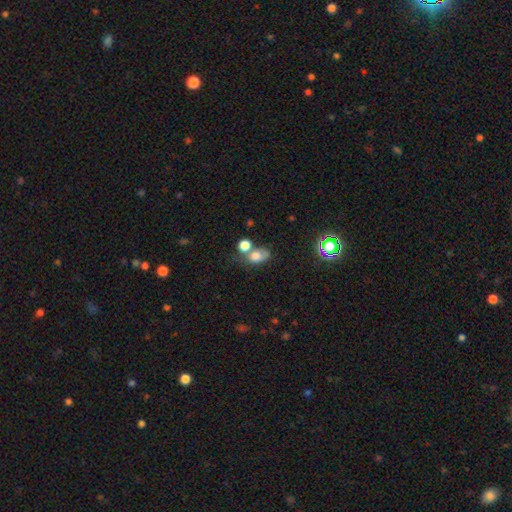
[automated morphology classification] type=smooth (72%); roundness=in between (63%); merging=merger (40%).